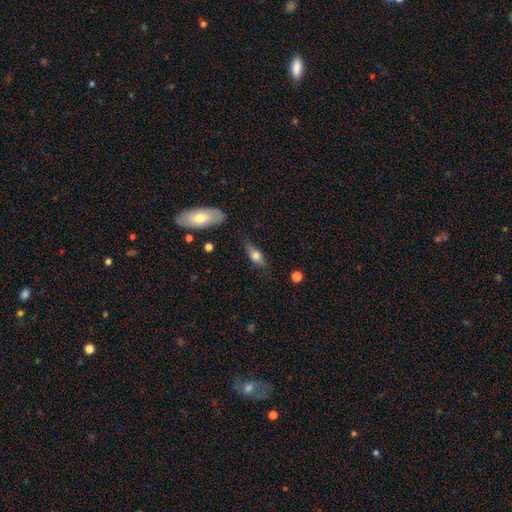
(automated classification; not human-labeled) A smooth galaxy with no disk features (60%) that is in between round and cigar-shaped (64%). Merging: none (65%).